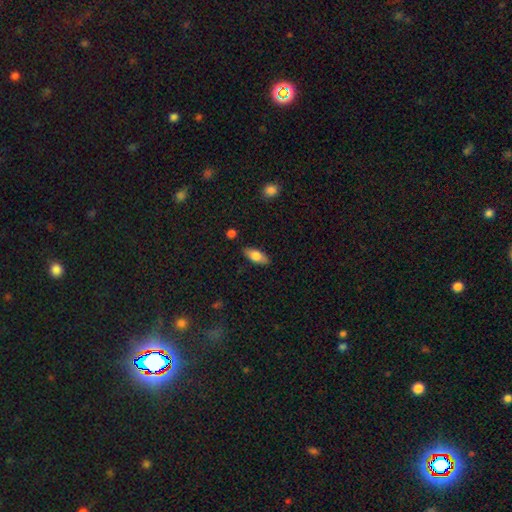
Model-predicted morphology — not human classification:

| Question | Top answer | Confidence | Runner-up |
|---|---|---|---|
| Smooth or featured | smooth | 76% | featured or disk (18%) |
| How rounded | in between | 82% | cigar-shaped (15%) |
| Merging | none | 86% | minor disturbance (10%) |